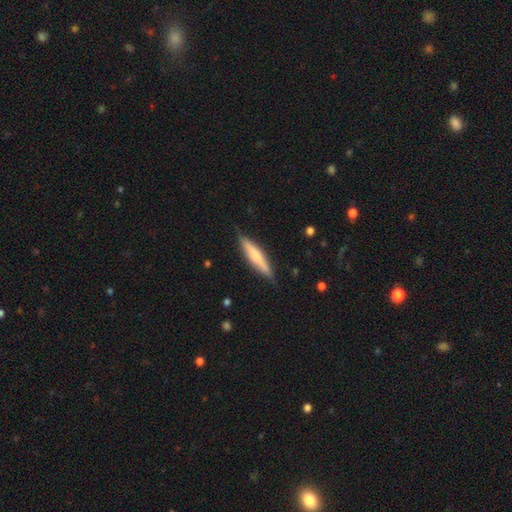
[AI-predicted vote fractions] Smooth or featured? Predicted: smooth (p=0.53). How rounded? Predicted: cigar-shaped (p=0.87). Merging? Predicted: none (p=0.86).